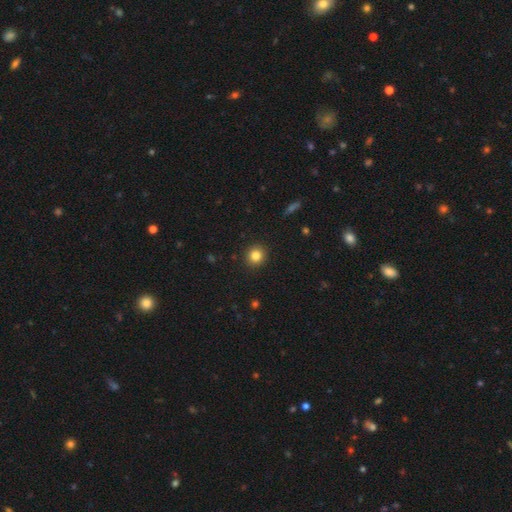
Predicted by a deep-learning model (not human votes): Smooth or featured? smooth (83%)
How rounded? round (91%)
Merging? none (92%)